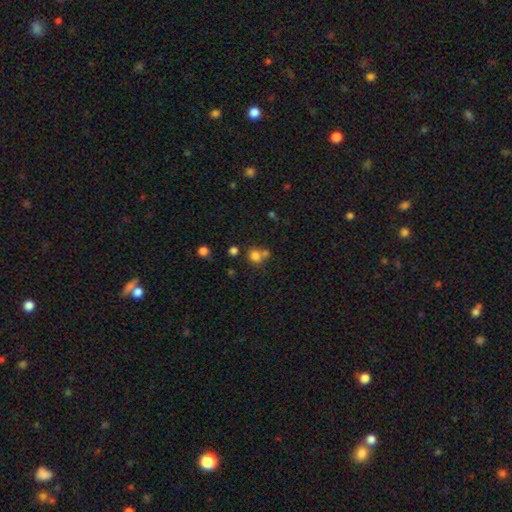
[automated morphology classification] The model was most divided on "merging": none: 56%, merger: 31%, minor disturbance: 10%, major disturbance: 4%. More confident: how rounded — round (80%); smooth or featured — smooth (78%).